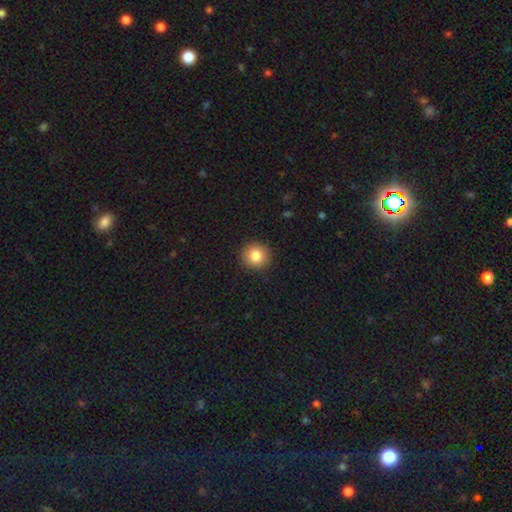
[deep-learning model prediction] The model was most divided on "smooth or featured": smooth: 84%, star or artifact: 9%, featured or disk: 7%. More confident: how rounded — round (92%); merging — none (91%).